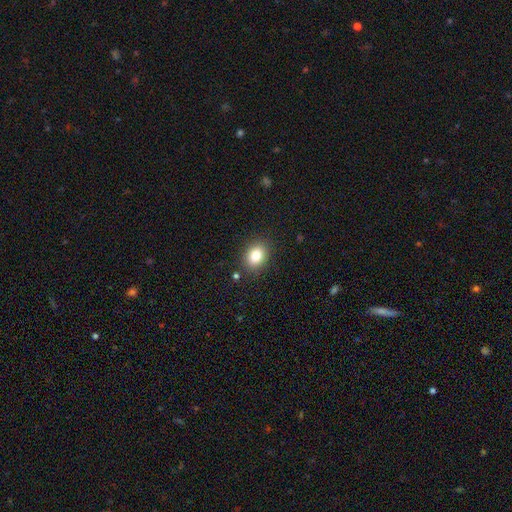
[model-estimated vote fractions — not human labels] A smooth galaxy with no disk features (83%) that is in between round and cigar-shaped (62%). Merging: none (86%).